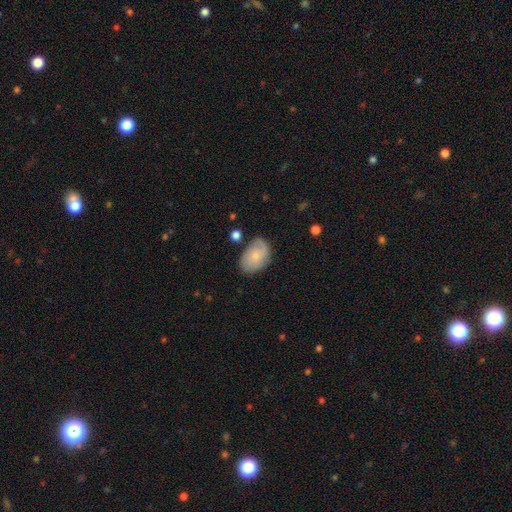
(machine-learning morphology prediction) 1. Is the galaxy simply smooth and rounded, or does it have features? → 65% smooth, 28% featured or disk, 7% star or artifact.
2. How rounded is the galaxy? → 85% in between, 13% round, 1% cigar-shaped.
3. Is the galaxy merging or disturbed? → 67% none, 23% minor disturbance, 7% major disturbance, 3% merger.